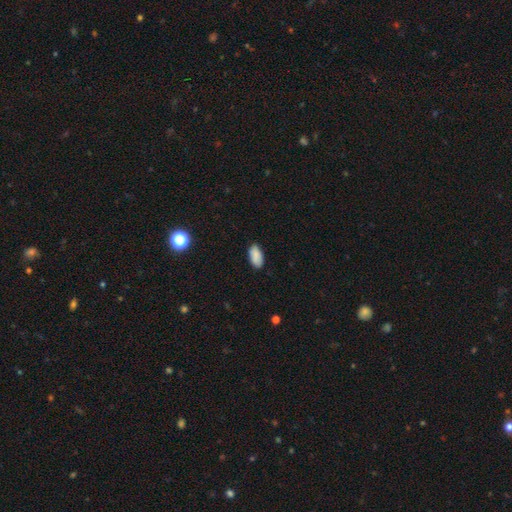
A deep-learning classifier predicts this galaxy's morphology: smooth_or_featured: smooth (p=0.88) [alt: star or artifact p=0.07]
how_rounded: in between (p=0.94) [alt: cigar-shaped p=0.04]
merging: none (p=0.85) [alt: minor disturbance p=0.12]